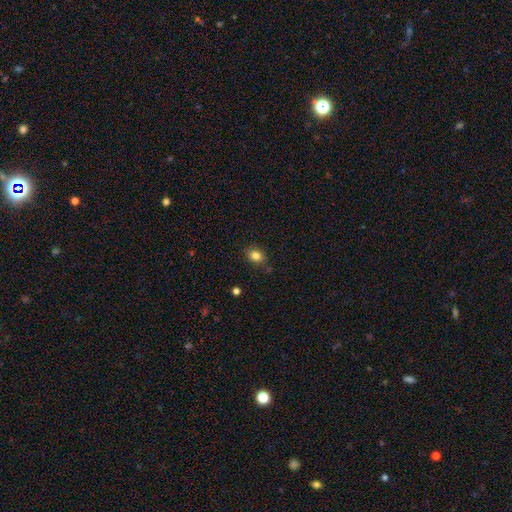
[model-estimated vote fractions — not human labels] Q: Smooth or featured?
A: smooth (83%); runner-up: star or artifact (11%)
Q: How rounded?
A: in between (60%); runner-up: round (39%)
Q: Merging?
A: none (81%); runner-up: minor disturbance (14%)